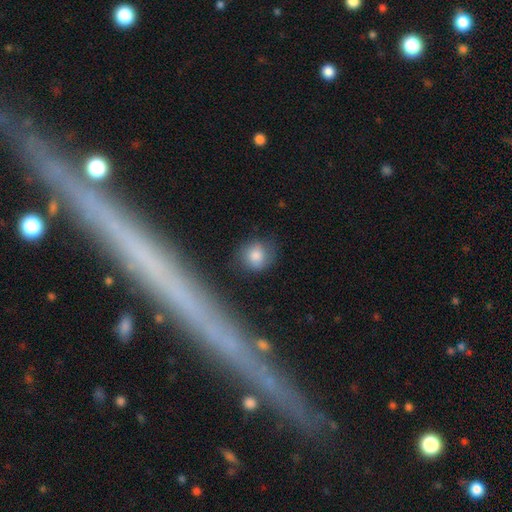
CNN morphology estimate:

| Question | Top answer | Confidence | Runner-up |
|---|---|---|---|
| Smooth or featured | smooth | 79% | featured or disk (11%) |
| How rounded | round | 81% | in between (18%) |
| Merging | none | 72% | minor disturbance (18%) |